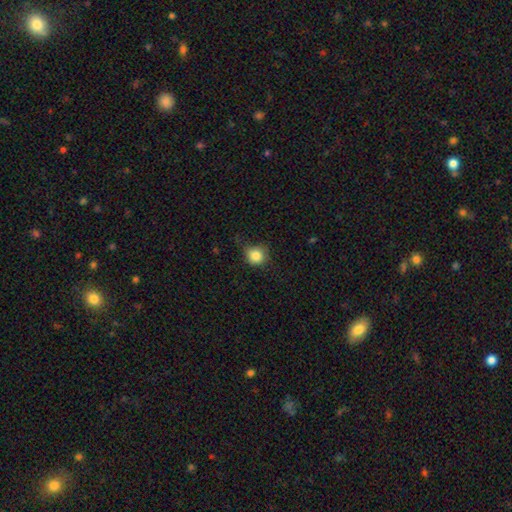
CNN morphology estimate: This is clearly a smooth galaxy (84%). How rounded: clearly round (87%). Merging: likely none (66%).